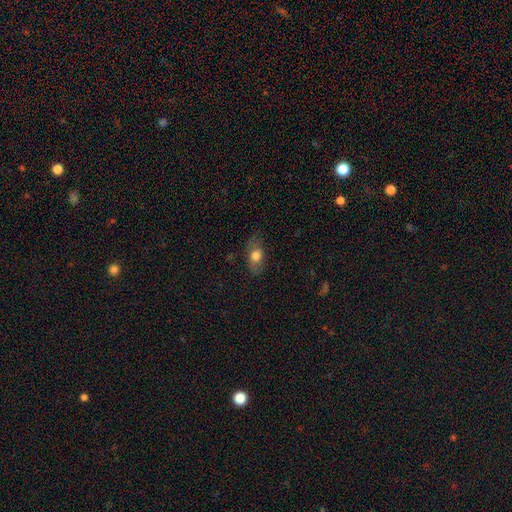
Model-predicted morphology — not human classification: smooth_or_featured: smooth (p=0.70) [alt: featured or disk p=0.21]
how_rounded: in between (p=0.80) [alt: round p=0.13]
merging: none (p=0.70) [alt: minor disturbance p=0.21]